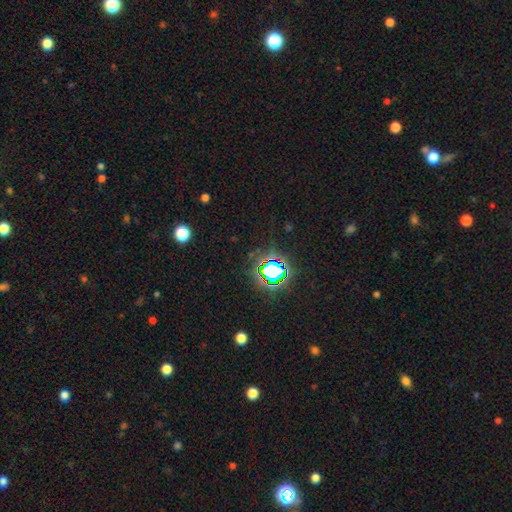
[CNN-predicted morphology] This is clearly a star or artifact rather than a galaxy (82%).